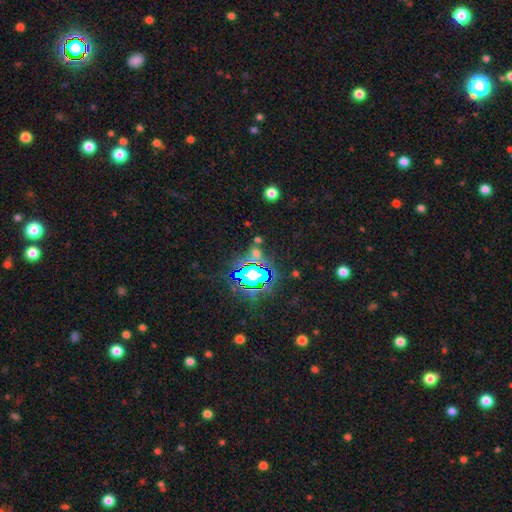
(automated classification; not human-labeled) This appears to be a star or artifact, not a galaxy (75%).